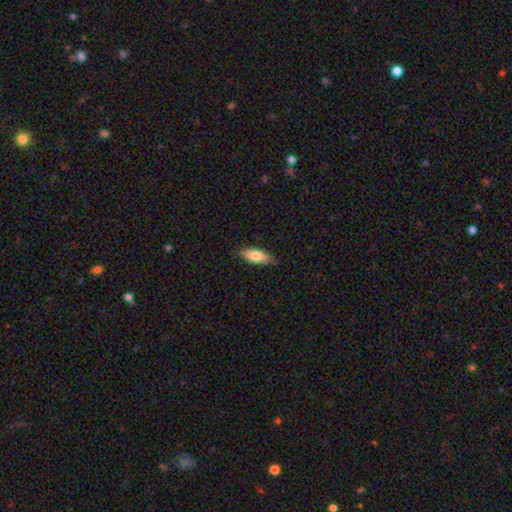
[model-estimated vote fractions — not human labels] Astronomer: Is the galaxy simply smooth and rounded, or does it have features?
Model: smooth — 76%.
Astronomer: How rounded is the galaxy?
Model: in between — 74%.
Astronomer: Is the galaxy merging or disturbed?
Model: none — 82%.